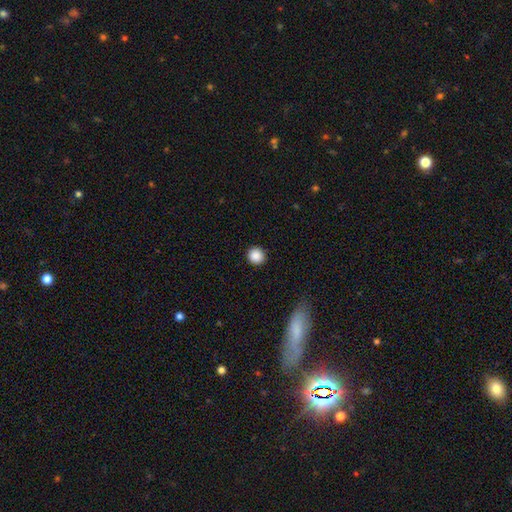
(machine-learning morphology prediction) Smooth or featured: smooth — 89% (star or artifact — 9%)
How rounded: round — 94% (in between — 5%)
Merging: none — 92% (minor disturbance — 5%)